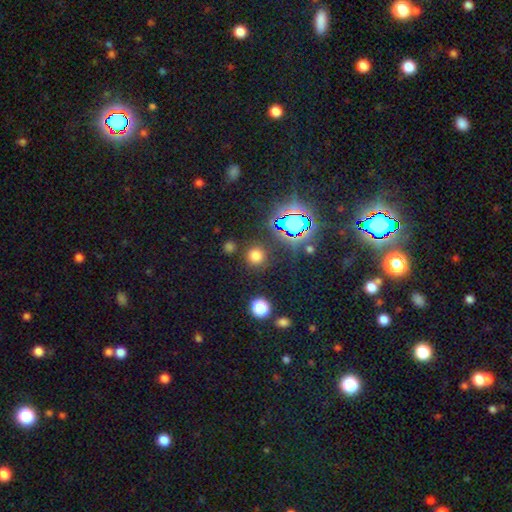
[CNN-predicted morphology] smooth-or-featured: smooth: 68% | star or artifact: 26% | featured or disk: 6%
  how-rounded: round: 94% | in between: 5% | cigar-shaped: 1%
  merging: none: 86% | minor disturbance: 7% | merger: 3% | major disturbance: 3%